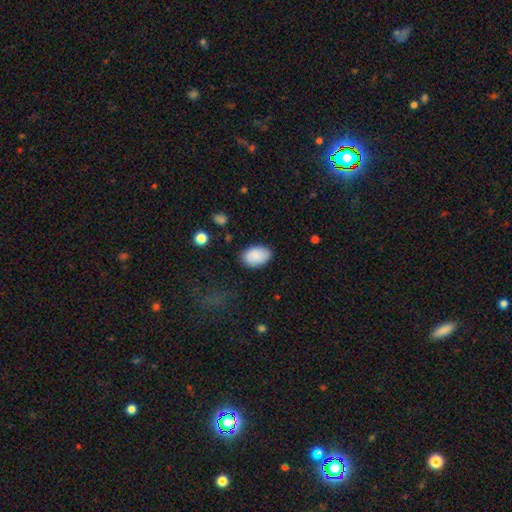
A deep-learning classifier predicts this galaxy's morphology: The model was most divided on "merging": none: 84%, minor disturbance: 12%, major disturbance: 3%, merger: 1%. More confident: how rounded — in between (90%); smooth or featured — smooth (88%).